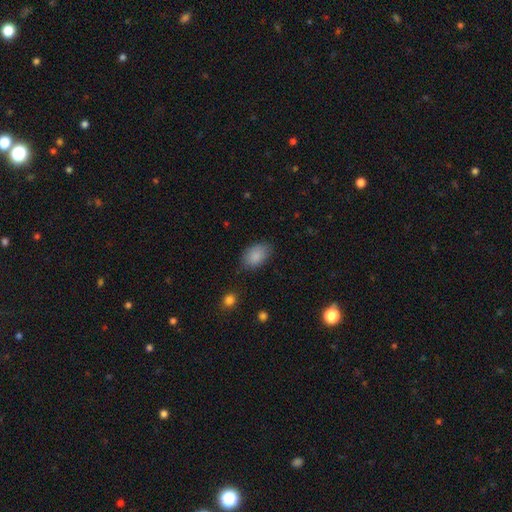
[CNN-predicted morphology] A smooth galaxy with no disk features (88%) that is in between round and cigar-shaped (91%).

Vote fractions:
- Smooth or featured? smooth: 88% / star or artifact: 7% / featured or disk: 5%
- How rounded? in between: 91% / round: 8% / cigar-shaped: 1%
- Merging? none: 80% / minor disturbance: 15% / major disturbance: 4% / merger: 1%